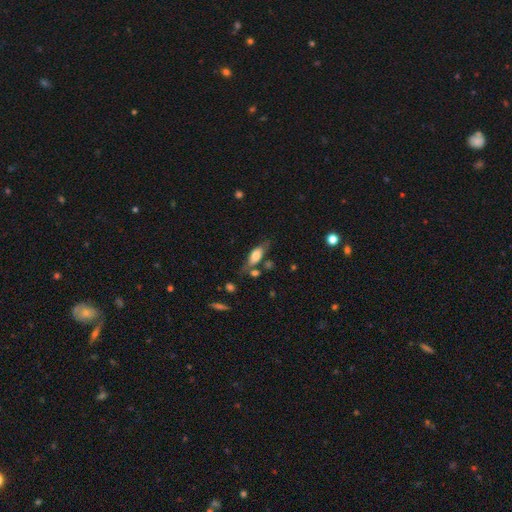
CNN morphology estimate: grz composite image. It shows a smooth galaxy with no disk features (61%) that is in between round and cigar-shaped (68%). Merging: none (62%).